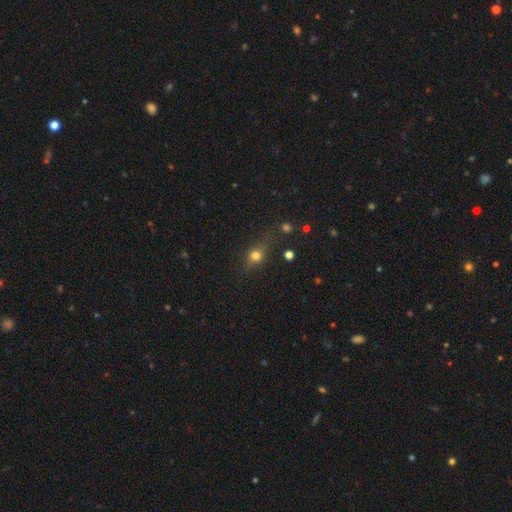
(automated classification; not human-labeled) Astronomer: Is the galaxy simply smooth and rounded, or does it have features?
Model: smooth — 66%.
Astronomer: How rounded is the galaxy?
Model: round — 60%.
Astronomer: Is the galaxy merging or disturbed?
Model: none — 69%.